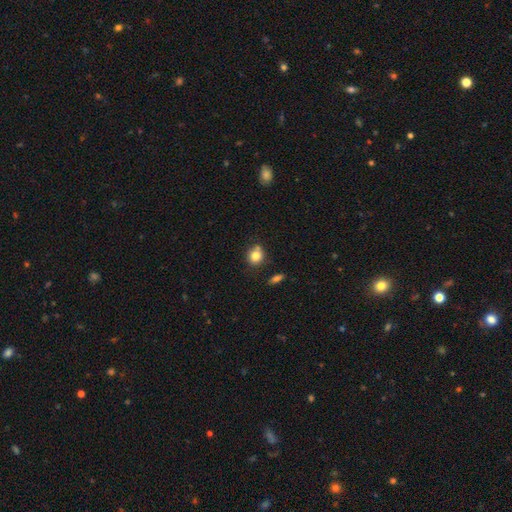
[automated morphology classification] Smooth or featured: smooth — 81% (star or artifact — 11%)
How rounded: round — 73% (in between — 26%)
Merging: none — 67% (minor disturbance — 18%)